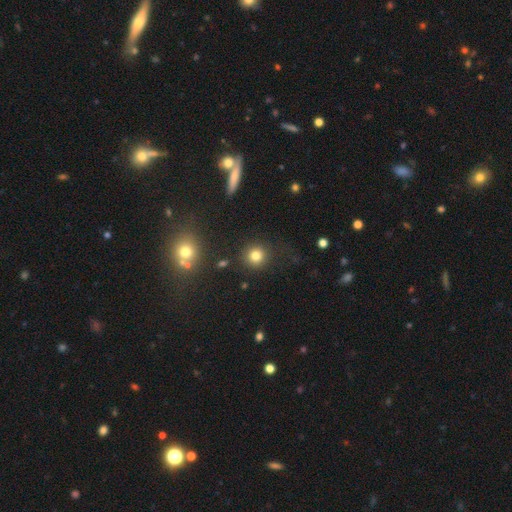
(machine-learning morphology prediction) This appears to be a smooth galaxy with no disk features (80%) that is round (92%). Merging: none (85%).